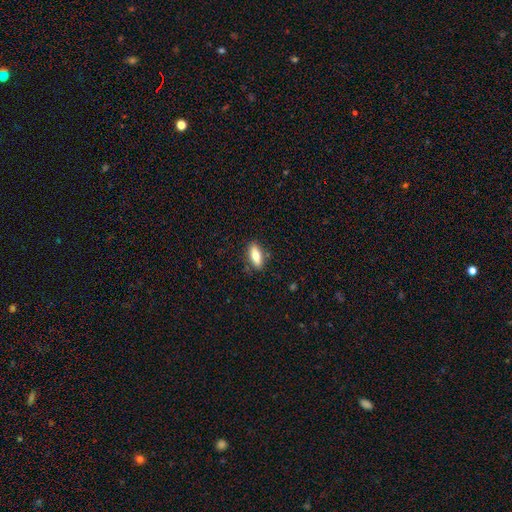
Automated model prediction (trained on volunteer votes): The model was most divided on "how rounded": in between: 69%, cigar-shaped: 28%, round: 3%. More confident: merging — none (83%); smooth or featured — smooth (70%).